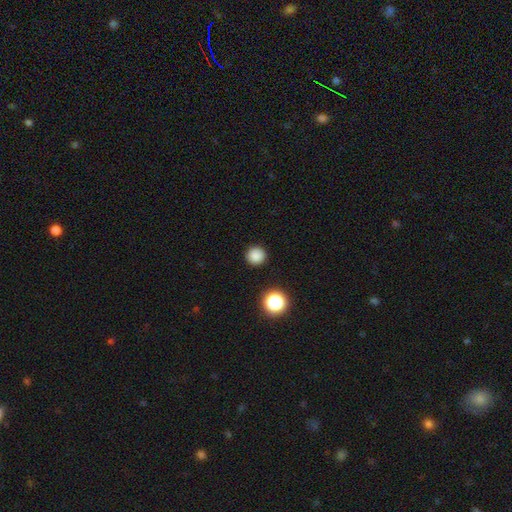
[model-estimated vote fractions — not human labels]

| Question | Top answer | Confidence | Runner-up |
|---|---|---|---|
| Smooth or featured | smooth | 84% | star or artifact (13%) |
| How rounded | round | 95% | in between (4%) |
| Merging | none | 92% | minor disturbance (5%) |